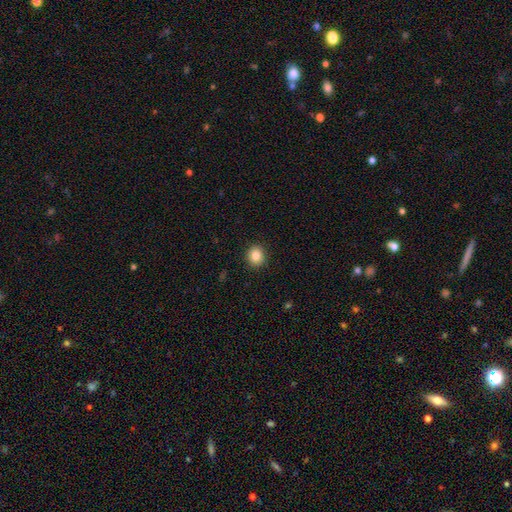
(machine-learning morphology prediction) A smooth galaxy with no disk features (85%) that is round (78%).

Vote fractions:
- Smooth or featured? smooth: 85% / star or artifact: 10% / featured or disk: 5%
- How rounded? round: 78% / in between: 21% / cigar-shaped: 1%
- Merging? none: 91% / minor disturbance: 6% / major disturbance: 2% / merger: 1%